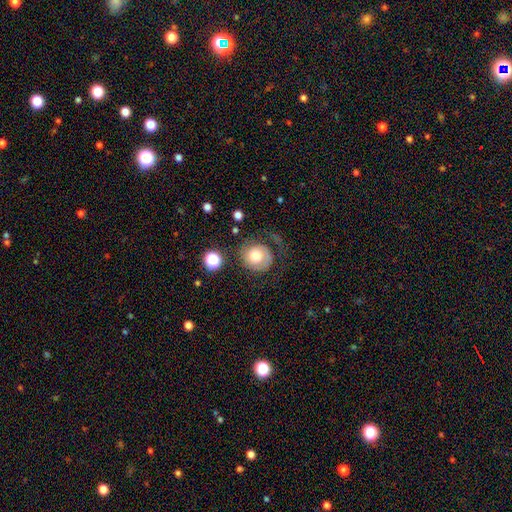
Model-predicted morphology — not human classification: A smooth galaxy with no disk features (56%) that is round (84%). Merging: none (52%).